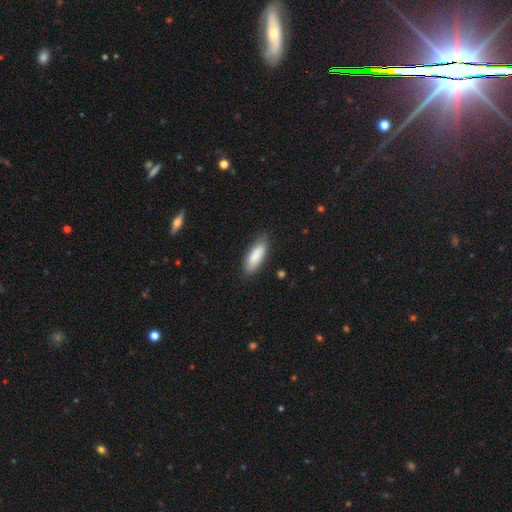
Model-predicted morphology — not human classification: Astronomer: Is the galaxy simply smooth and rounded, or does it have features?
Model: smooth — 87%.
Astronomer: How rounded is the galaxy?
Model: in between — 69%.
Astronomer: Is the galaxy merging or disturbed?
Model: none — 81%.